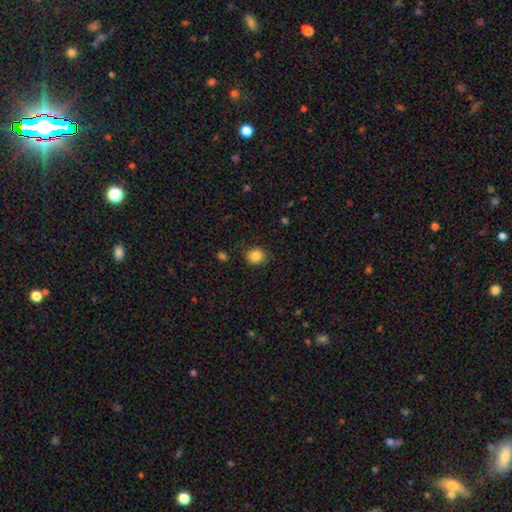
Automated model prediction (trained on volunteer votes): Morphology: type=smooth (85%); roundness=round (74%); merging=none (83%).